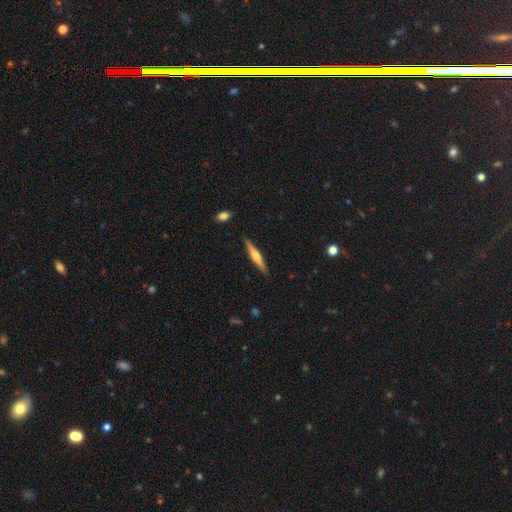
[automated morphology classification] Smooth or featured? featured or disk (54%)
Edge-on disk? yes (97%)
Edge-on bulge? rounded (77%)
Merging? none (89%)